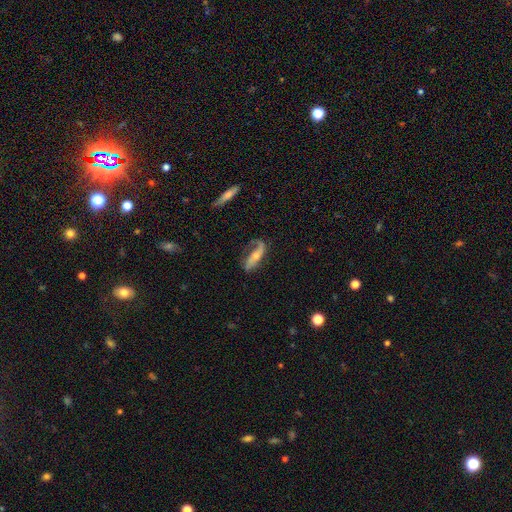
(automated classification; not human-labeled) Smooth or featured: featured or disk — 68% (smooth — 26%)
Edge-on disk: no — 81% (yes — 19%)
Bar: no — 52% (weak — 25%)
Spiral arms: yes — 85% (no — 15%)
Bulge size: moderate — 49% (small — 44%)
Merging: none — 46% (major disturbance — 27%)